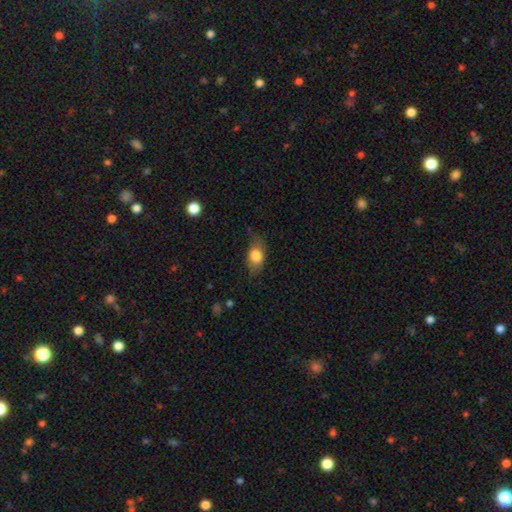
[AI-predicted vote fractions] Morphology: type=smooth (76%); roundness=in between (82%); merging=none (64%).